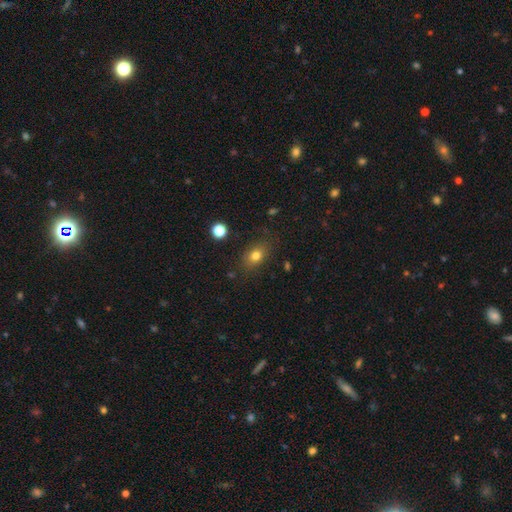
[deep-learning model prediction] The model was most divided on "how rounded": in between: 69%, round: 29%, cigar-shaped: 2%. More confident: merging — none (80%); smooth or featured — smooth (78%).